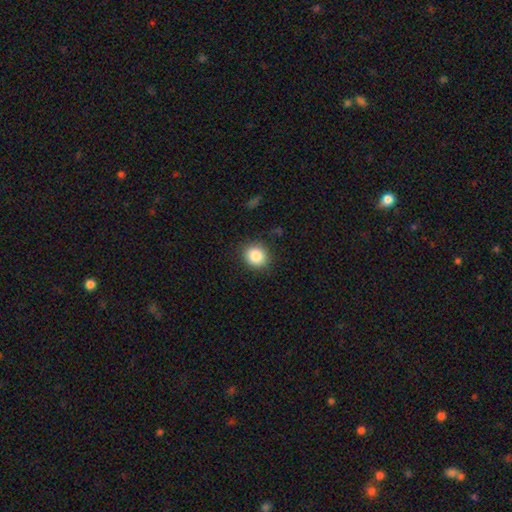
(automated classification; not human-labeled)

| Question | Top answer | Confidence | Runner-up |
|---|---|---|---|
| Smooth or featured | smooth | 85% | star or artifact (9%) |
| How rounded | round | 82% | in between (17%) |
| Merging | none | 87% | minor disturbance (9%) |